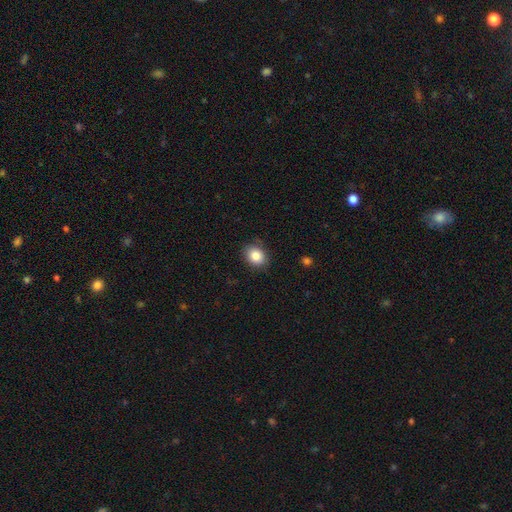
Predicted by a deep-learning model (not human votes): Smooth or featured? Predicted: smooth (p=0.86). How rounded? Predicted: in between (p=0.50). Merging? Predicted: none (p=0.83).